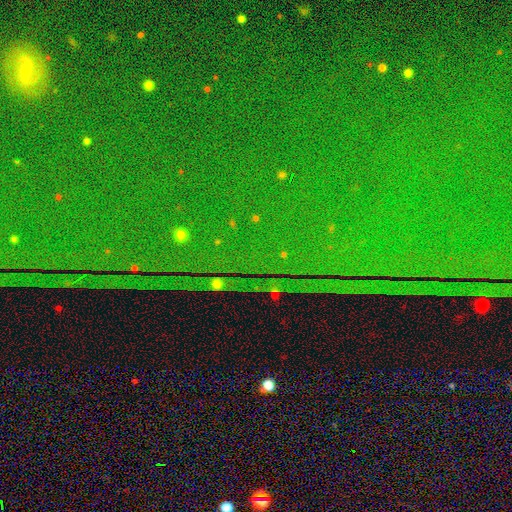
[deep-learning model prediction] Smooth or featured? star or artifact (88%)